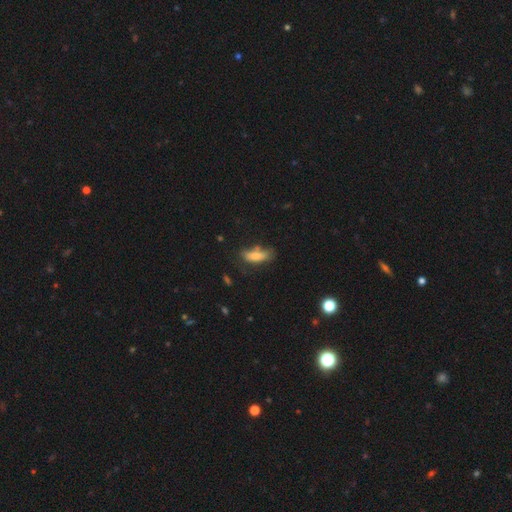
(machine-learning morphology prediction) smooth-or-featured: smooth: 77% | featured or disk: 15% | star or artifact: 8%
  how-rounded: in between: 65% | cigar-shaped: 33% | round: 2%
  merging: none: 52% | minor disturbance: 29% | major disturbance: 13% | merger: 6%